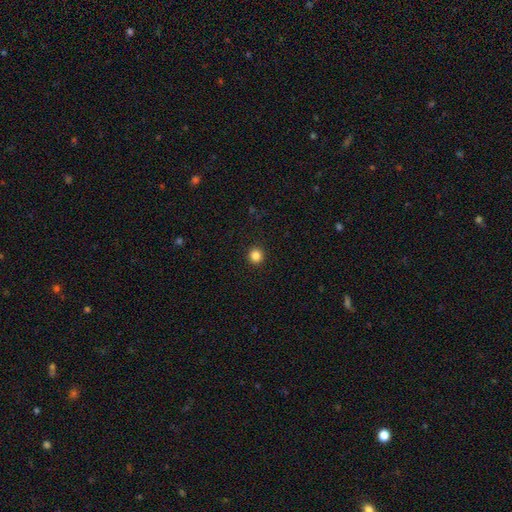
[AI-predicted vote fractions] This is clearly a smooth galaxy (85%). How rounded: clearly round (95%). Merging: clearly none (94%).